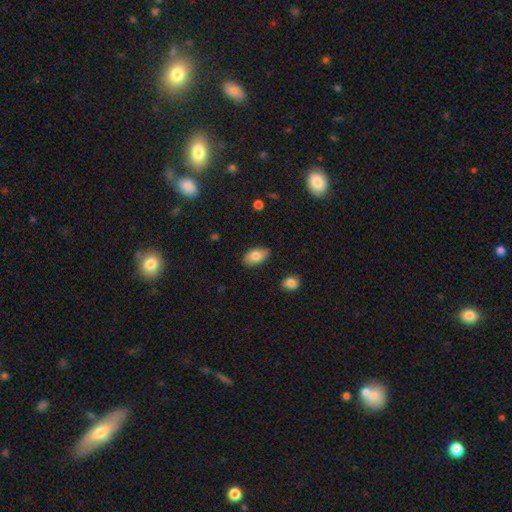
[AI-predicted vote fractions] Smooth or featured: smooth — 81% (featured or disk — 12%)
How rounded: in between — 93% (round — 5%)
Merging: none — 82% (minor disturbance — 14%)